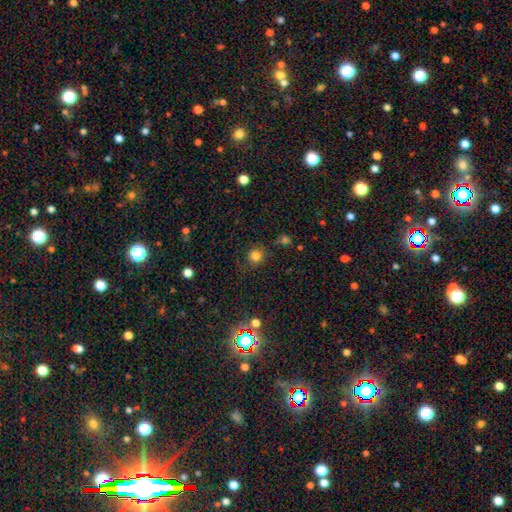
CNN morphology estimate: Q: Smooth or featured?
A: smooth (80%); runner-up: star or artifact (15%)
Q: How rounded?
A: round (90%); runner-up: in between (9%)
Q: Merging?
A: none (81%); runner-up: minor disturbance (12%)